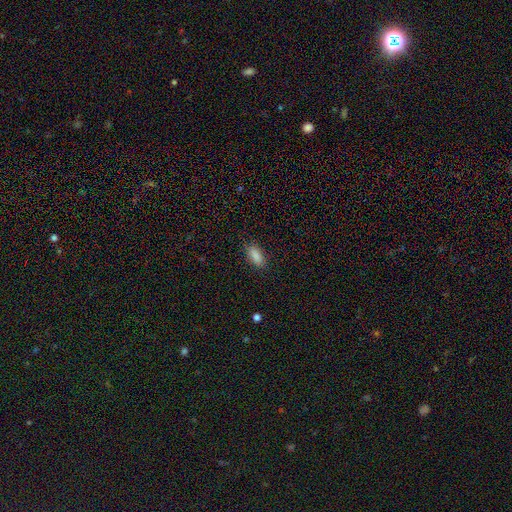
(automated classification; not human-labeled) Morphology: type=smooth (88%); roundness=in between (83%); merging=none (86%).